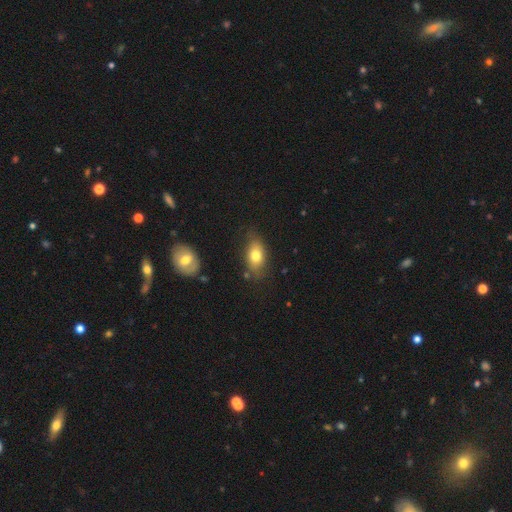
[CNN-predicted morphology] smooth-or-featured: smooth: 76% | featured or disk: 15% | star or artifact: 8%
  how-rounded: in between: 85% | round: 11% | cigar-shaped: 4%
  merging: none: 72% | minor disturbance: 20% | major disturbance: 5% | merger: 3%